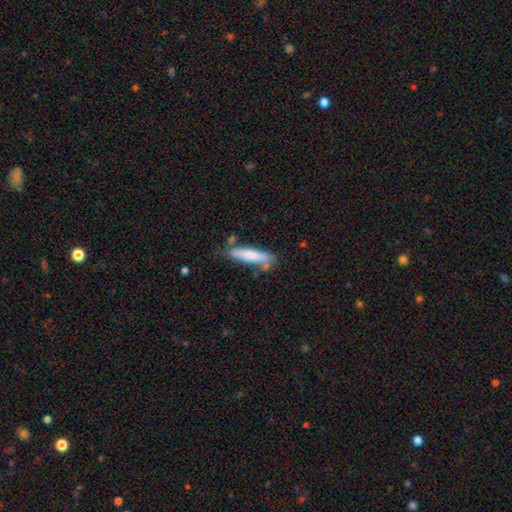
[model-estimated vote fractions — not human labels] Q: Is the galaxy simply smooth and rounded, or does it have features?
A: smooth — 73%.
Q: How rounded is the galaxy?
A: cigar-shaped — 81%.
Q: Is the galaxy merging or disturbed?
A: none — 66%.